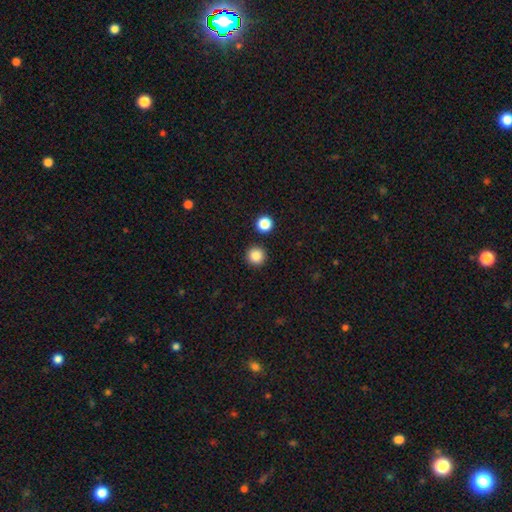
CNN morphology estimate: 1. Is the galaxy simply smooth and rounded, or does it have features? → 85% smooth, 11% star or artifact, 4% featured or disk.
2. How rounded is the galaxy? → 96% round, 3% in between, 1% cigar-shaped.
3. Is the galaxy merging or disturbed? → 91% none, 4% minor disturbance, 2% merger, 2% major disturbance.